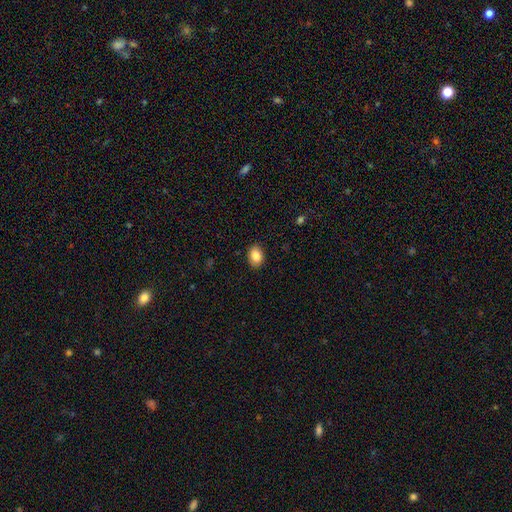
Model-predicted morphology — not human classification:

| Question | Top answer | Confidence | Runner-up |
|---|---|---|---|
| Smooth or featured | smooth | 86% | star or artifact (8%) |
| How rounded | in between | 77% | round (22%) |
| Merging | none | 88% | minor disturbance (9%) |